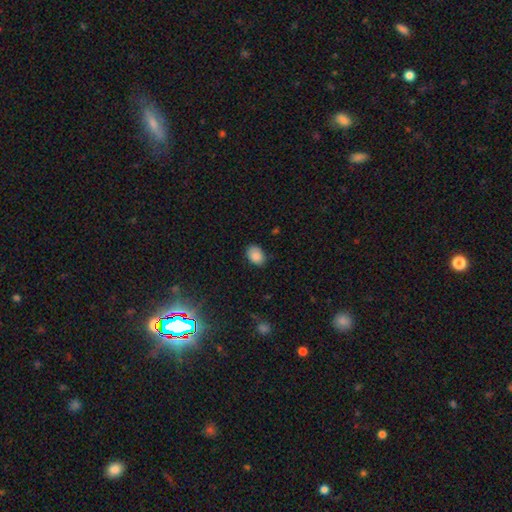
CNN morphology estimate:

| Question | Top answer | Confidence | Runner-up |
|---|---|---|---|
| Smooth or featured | smooth | 87% | star or artifact (8%) |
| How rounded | in between | 77% | round (22%) |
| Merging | none | 78% | minor disturbance (18%) |